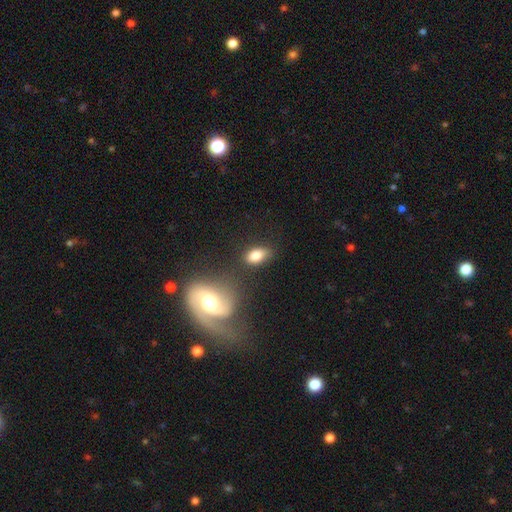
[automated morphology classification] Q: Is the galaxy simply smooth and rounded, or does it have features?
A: smooth — 81%.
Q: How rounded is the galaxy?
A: in between — 88%.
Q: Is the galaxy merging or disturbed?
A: none — 70%.